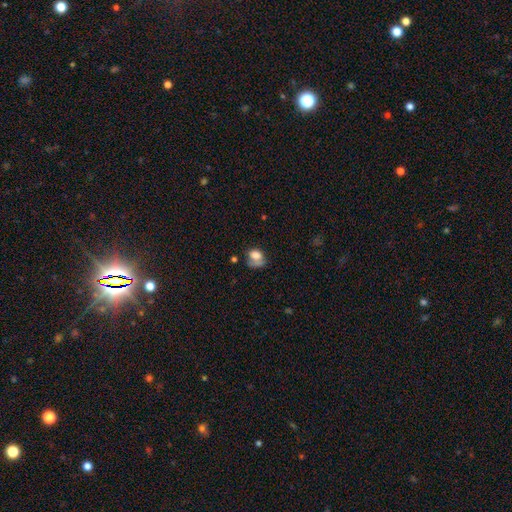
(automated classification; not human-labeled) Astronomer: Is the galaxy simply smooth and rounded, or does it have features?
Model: smooth — 68%.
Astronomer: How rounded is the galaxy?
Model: in between — 58% (runner-up: round, 41%).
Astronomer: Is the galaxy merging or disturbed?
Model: none — 36% (runner-up: major disturbance, 26%).